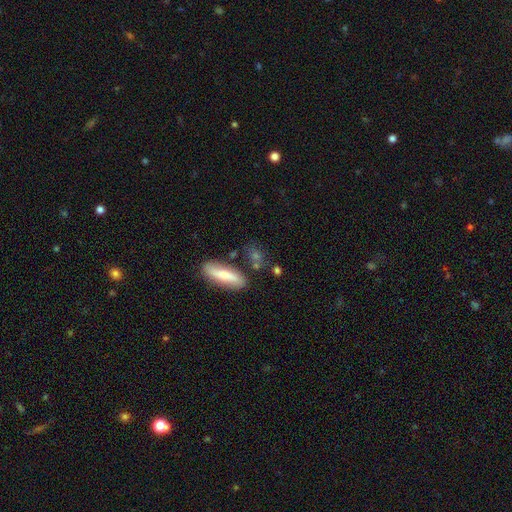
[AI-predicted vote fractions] This appears to be a smooth galaxy with no disk features (64%) that is cigar-shaped (57%). Merging: none (74%).